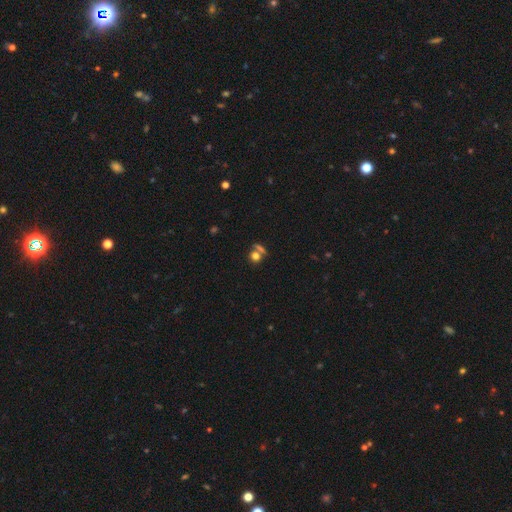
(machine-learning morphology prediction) A smooth galaxy with no disk features (68%) that is round (79%). Merging: none (57%).